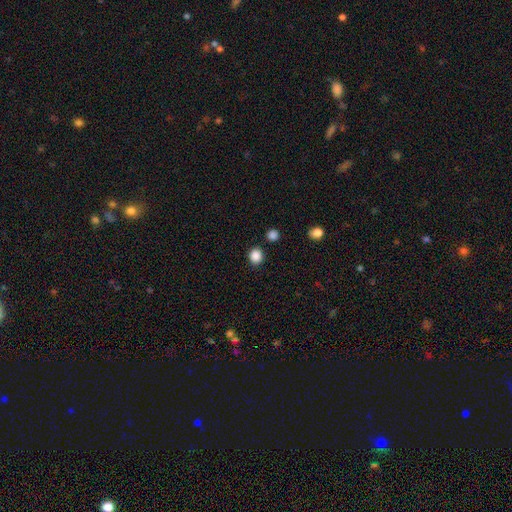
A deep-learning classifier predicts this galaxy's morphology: Overall: smooth (87%). How rounded: round (77%). Merging: none (86%).